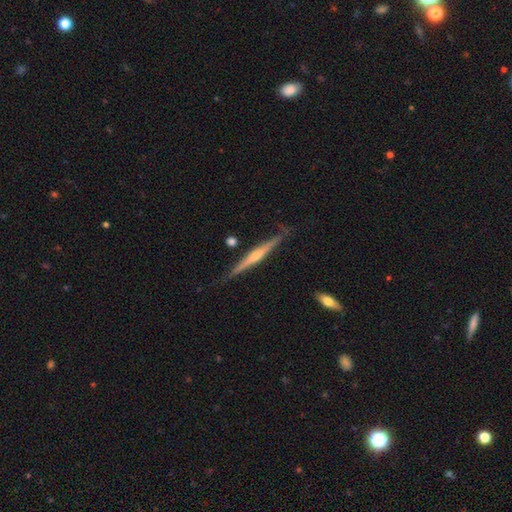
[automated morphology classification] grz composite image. It shows a featured or disk galaxy (75%) viewed edge-on (98%) with a rounded central bulge (72%). Merging: none (83%).